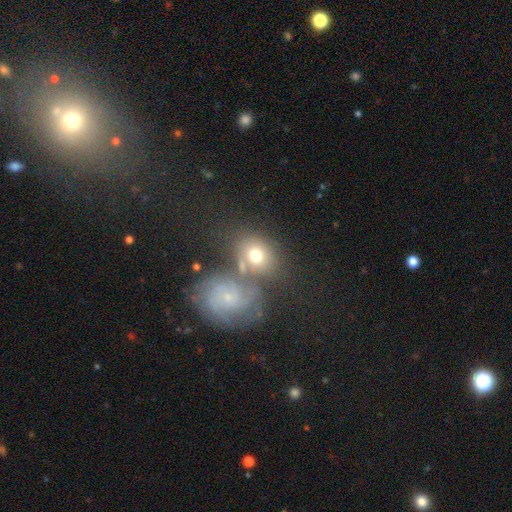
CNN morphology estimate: This appears to be a smooth galaxy with no disk features (50%). Merging: none (55%).